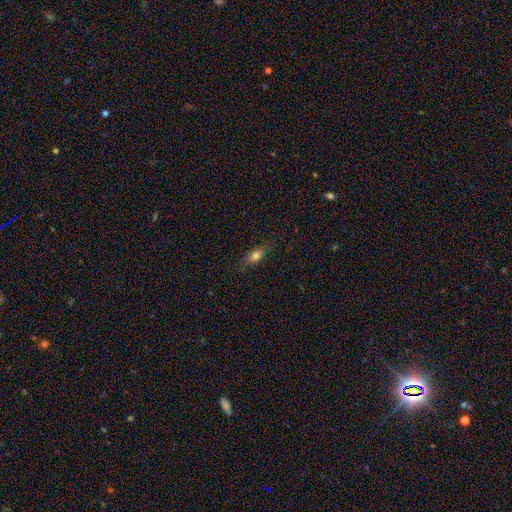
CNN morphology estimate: Smooth or featured: smooth — 73% (featured or disk — 17%)
How rounded: in between — 71% (cigar-shaped — 22%)
Merging: none — 81% (minor disturbance — 15%)